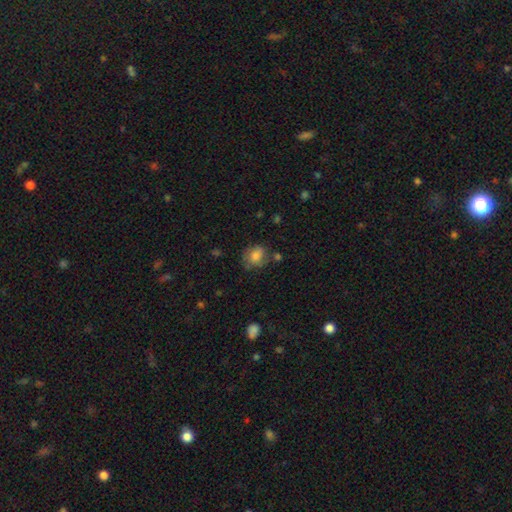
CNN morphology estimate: smooth 78%, featured or disk 13%, star or artifact 9%. Down the decision tree: how rounded — round (57%); merging — none (63%).